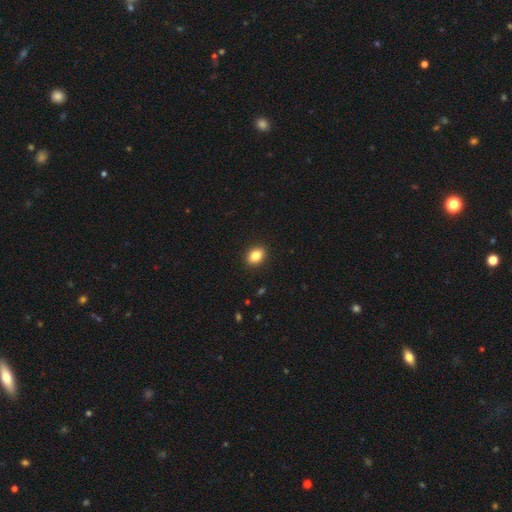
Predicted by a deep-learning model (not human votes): Smooth or featured?
  - smooth: 85% *
  - star or artifact: 9%
  - featured or disk: 6%
How rounded?
  - in between: 69% *
  - round: 30%
  - cigar-shaped: 1%
Merging?
  - none: 91% *
  - minor disturbance: 6%
  - major disturbance: 2%
  - merger: 1%